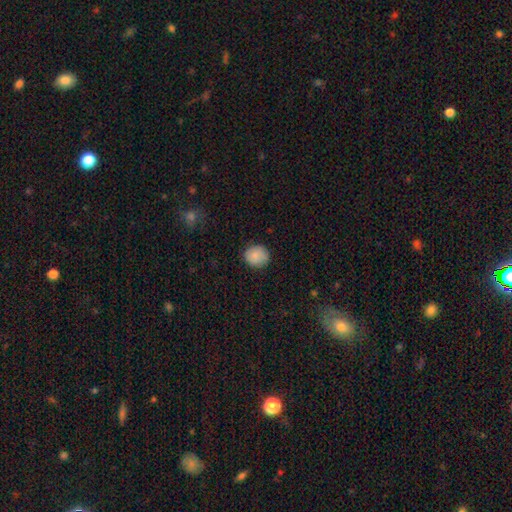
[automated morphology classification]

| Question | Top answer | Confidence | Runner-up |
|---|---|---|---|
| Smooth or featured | smooth | 87% | star or artifact (8%) |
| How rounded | round | 81% | in between (18%) |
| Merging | none | 87% | minor disturbance (10%) |